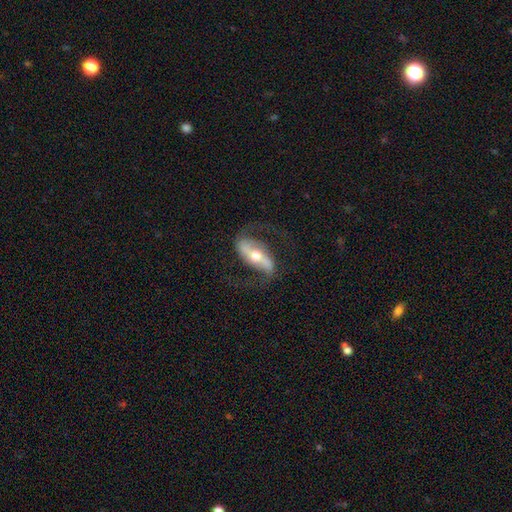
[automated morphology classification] This is clearly a featured or disk galaxy (85%). It is clearly not viewed edge-on (89%). Bar: likely strong (62%). Spiral arm pattern: clearly yes (93%). Spiral arm count: clearly 2 (92%). Spiral winding: possibly loose (56%). Central bulge: likely moderate (62%). Merging: likely none (75%).